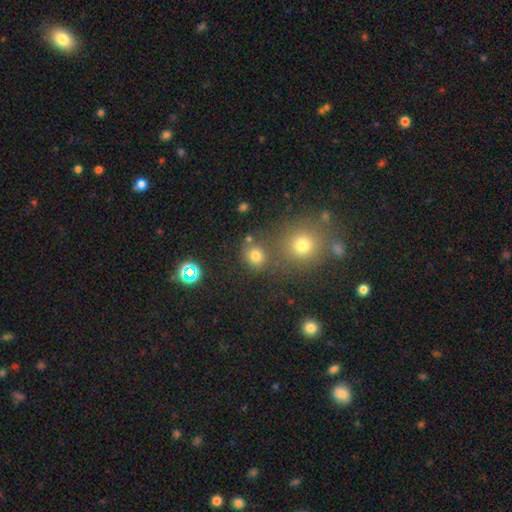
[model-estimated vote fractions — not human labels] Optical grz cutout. It shows a smooth galaxy with no disk features (72%) that is round (82%). Merging: none (67%).